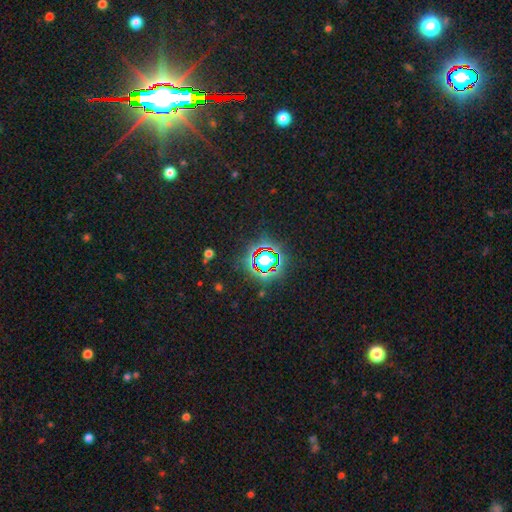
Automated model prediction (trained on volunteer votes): Q: Smooth or featured?
A: star or artifact (79%); runner-up: smooth (12%)